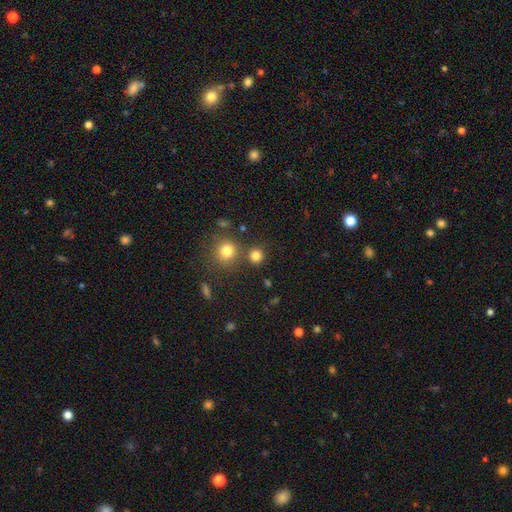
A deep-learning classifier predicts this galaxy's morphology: This is clearly a smooth galaxy (80%). How rounded: clearly round (90%). Merging: likely none (77%).